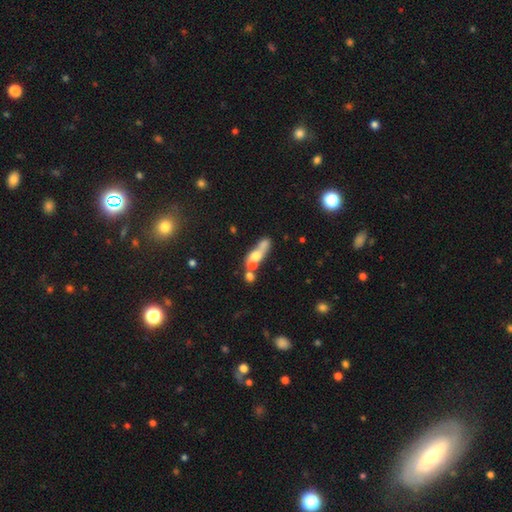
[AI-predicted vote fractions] This appears to be a smooth galaxy with no disk features (50%). Merging: merger (50%).